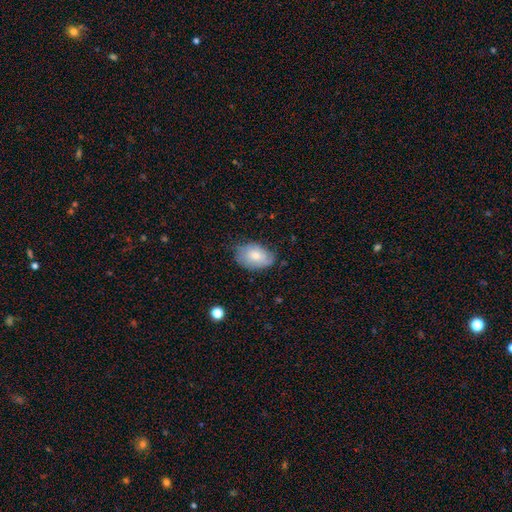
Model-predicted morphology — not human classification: type=smooth (75%); roundness=in between (85%); merging=none (64%).